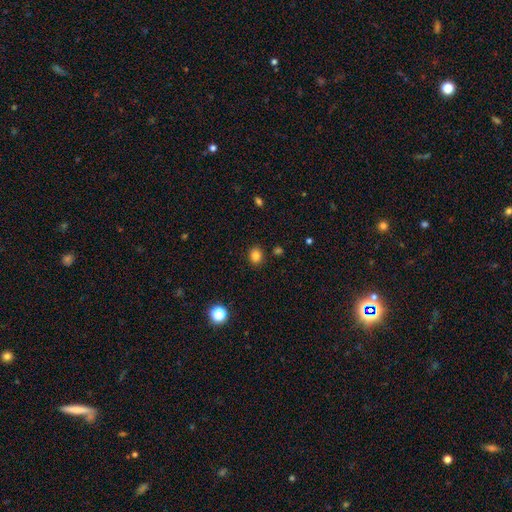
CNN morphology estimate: smooth 83%, star or artifact 13%, featured or disk 4%. Down the decision tree: how rounded — round (63%); merging — none (88%).